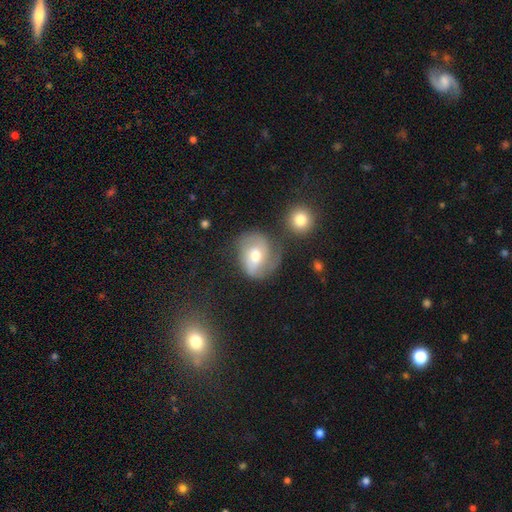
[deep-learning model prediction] Smooth or featured: featured or disk — 58% (smooth — 34%)
Edge-on disk: no — 96% (yes — 4%)
Bar: weak — 43% (tied with no — 43%)
Spiral arms: yes — 82% (no — 18%)
Bulge size: moderate — 73% (small — 14%)
Merging: none — 54% (minor disturbance — 25%)